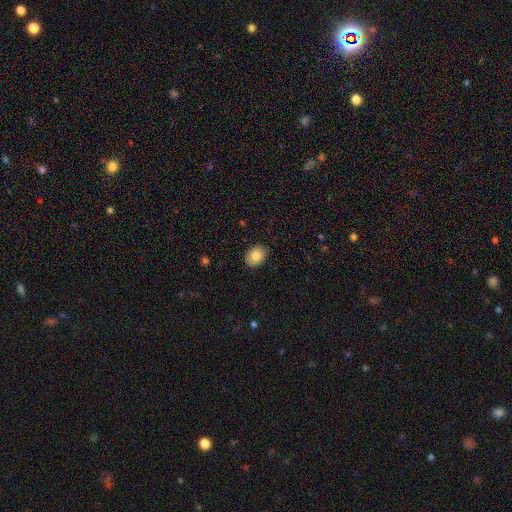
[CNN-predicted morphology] A smooth galaxy with no disk features (85%) that is in between round and cigar-shaped (66%).

Vote fractions:
- Smooth or featured? smooth: 85% / star or artifact: 8% / featured or disk: 7%
- How rounded? in between: 66% / round: 33% / cigar-shaped: 1%
- Merging? none: 88% / minor disturbance: 9% / major disturbance: 2% / merger: 1%